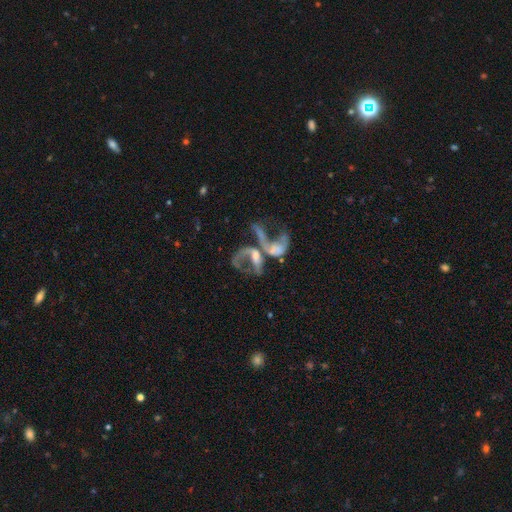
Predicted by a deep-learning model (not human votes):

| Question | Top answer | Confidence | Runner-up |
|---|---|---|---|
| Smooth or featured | featured or disk | 70% | smooth (17%) |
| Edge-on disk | no | 95% | yes (5%) |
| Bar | no | 68% | weak (23%) |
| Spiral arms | yes | 54% | no (46%) |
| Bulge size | moderate | 33% | small (30%) |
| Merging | merger | 59% | major disturbance (26%) |